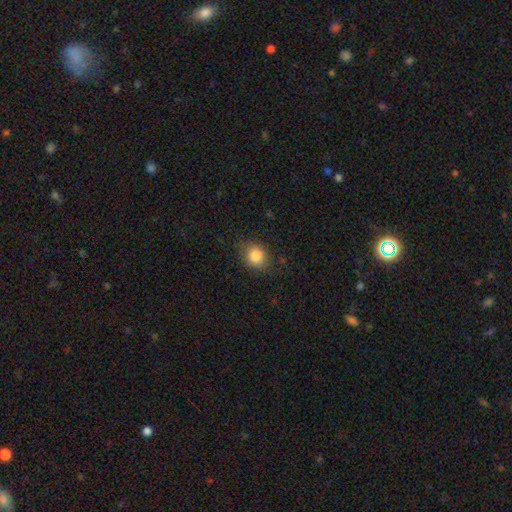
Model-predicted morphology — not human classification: Smooth or featured?
  - smooth: 84% *
  - star or artifact: 10%
  - featured or disk: 6%
How rounded?
  - round: 65% *
  - in between: 34%
  - cigar-shaped: 1%
Merging?
  - none: 79% *
  - minor disturbance: 16%
  - major disturbance: 4%
  - merger: 1%